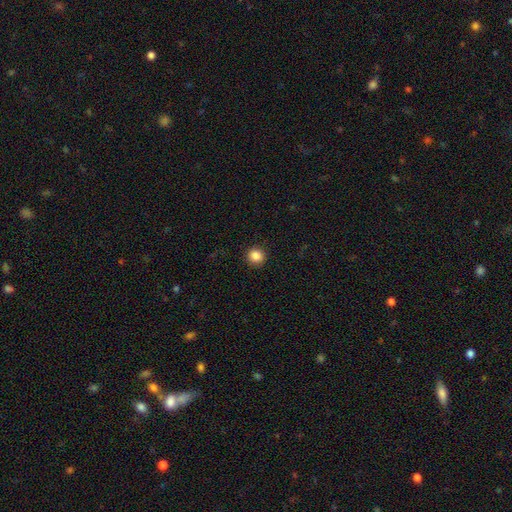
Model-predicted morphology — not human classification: This is clearly a smooth galaxy (86%). How rounded: clearly round (90%). Merging: clearly none (92%).